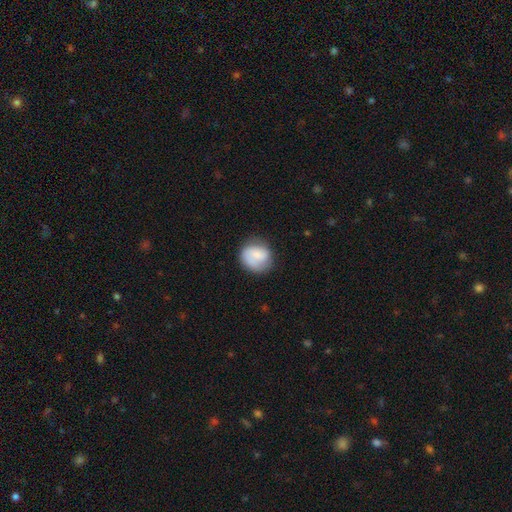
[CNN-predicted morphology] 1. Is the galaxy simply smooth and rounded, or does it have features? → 63% smooth, 30% featured or disk, 7% star or artifact.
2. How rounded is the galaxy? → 73% round, 26% in between, 1% cigar-shaped.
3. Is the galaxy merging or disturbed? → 67% none, 21% minor disturbance, 10% major disturbance, 2% merger.